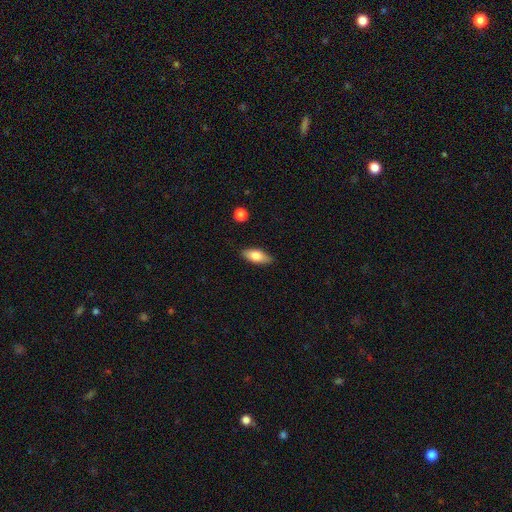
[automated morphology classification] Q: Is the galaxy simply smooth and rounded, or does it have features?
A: smooth — 76%.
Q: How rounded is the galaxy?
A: in between — 81%.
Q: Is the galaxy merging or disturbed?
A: none — 84%.